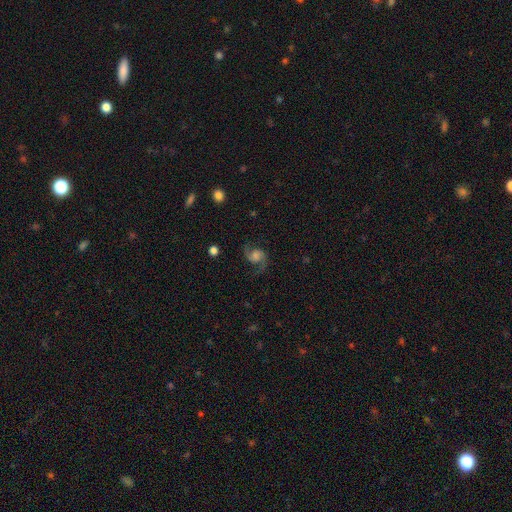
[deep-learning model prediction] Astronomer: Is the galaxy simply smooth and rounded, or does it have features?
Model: featured or disk — 85%.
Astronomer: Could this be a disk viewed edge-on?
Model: no — 98%.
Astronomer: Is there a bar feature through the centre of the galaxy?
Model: no — 64%.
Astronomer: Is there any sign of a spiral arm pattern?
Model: yes — 97%.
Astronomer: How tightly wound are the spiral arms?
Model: loose — 47% (runner-up: medium, 45%).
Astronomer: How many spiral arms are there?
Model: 2 — 93%.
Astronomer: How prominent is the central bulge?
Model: moderate — 32% (runner-up: large, 25%).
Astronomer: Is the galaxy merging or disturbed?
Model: none — 78%.